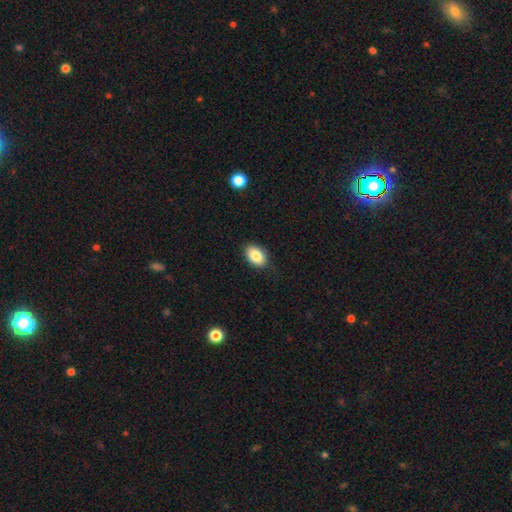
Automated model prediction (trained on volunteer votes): This appears to be a smooth galaxy with no disk features (85%) that is in between round and cigar-shaped (87%). Merging: none (85%).